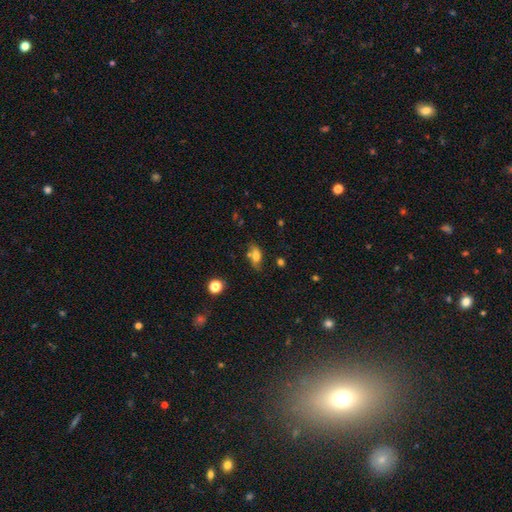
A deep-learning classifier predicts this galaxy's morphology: smooth_or_featured: smooth (p=0.66) [alt: featured or disk p=0.23]
how_rounded: in between (p=0.81) [alt: cigar-shaped p=0.10]
merging: none (p=0.59) [alt: minor disturbance p=0.22]